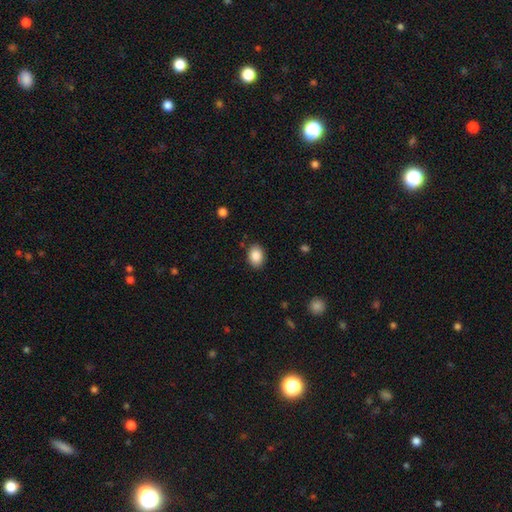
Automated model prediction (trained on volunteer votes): A smooth galaxy with no disk features (88%) that is in between round and cigar-shaped (72%).

Vote fractions:
- Smooth or featured? smooth: 88% / star or artifact: 8% / featured or disk: 4%
- How rounded? in between: 72% / round: 27% / cigar-shaped: 1%
- Merging? none: 87% / minor disturbance: 9% / major disturbance: 2% / merger: 1%